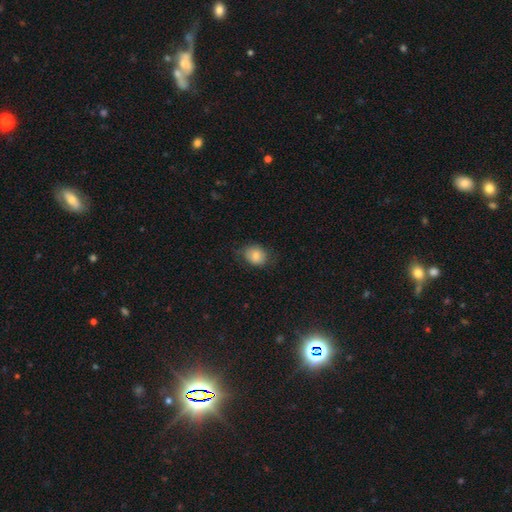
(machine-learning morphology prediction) Smooth or featured: smooth — 80% (featured or disk — 12%)
How rounded: round — 54% (in between — 46%)
Merging: none — 72% (minor disturbance — 21%)